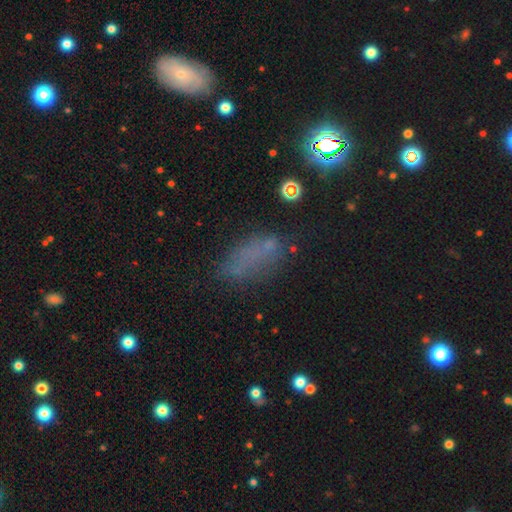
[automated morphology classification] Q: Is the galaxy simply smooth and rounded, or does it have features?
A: smooth — 60%.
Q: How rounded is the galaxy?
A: in between — 72%.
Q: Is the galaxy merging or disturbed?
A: none — 64%.